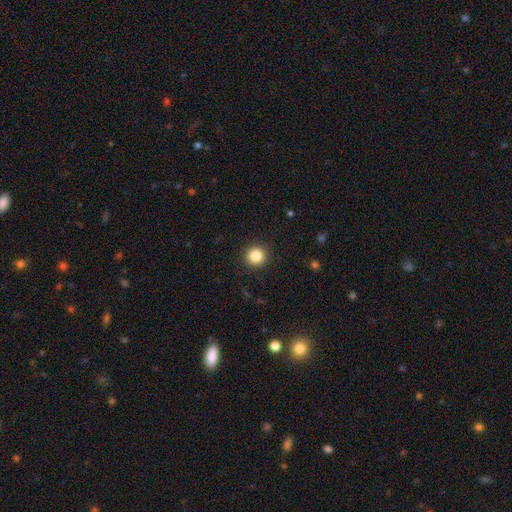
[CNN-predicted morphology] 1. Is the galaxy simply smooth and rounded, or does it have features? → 85% smooth, 10% star or artifact, 5% featured or disk.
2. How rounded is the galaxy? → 95% round, 4% in between, 1% cigar-shaped.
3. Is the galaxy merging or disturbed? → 93% none, 5% minor disturbance, 2% major disturbance, 1% merger.